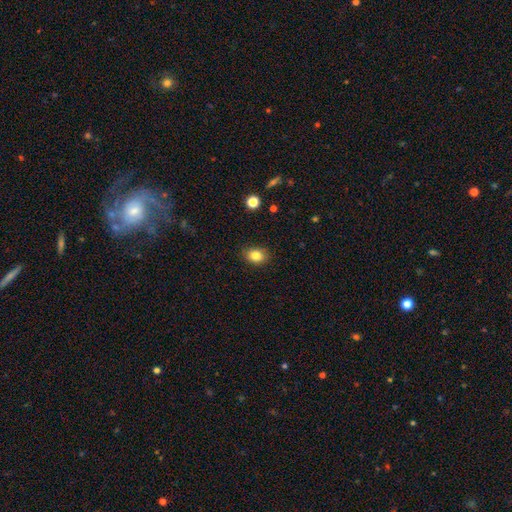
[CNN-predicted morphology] Smooth or featured?
  - smooth: 84% *
  - star or artifact: 10%
  - featured or disk: 6%
How rounded?
  - in between: 63% *
  - round: 36%
  - cigar-shaped: 1%
Merging?
  - none: 86% *
  - minor disturbance: 10%
  - major disturbance: 2%
  - merger: 1%